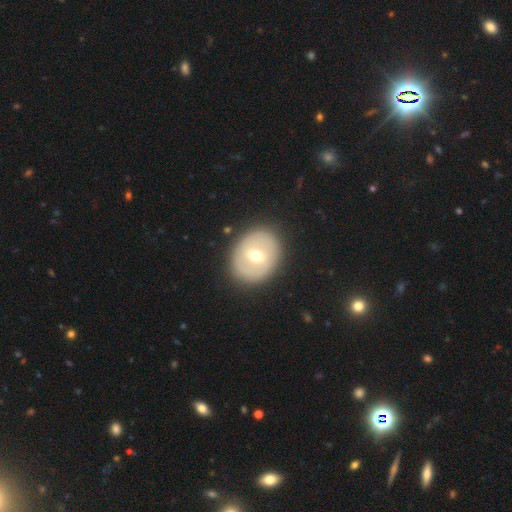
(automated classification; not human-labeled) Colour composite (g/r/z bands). It shows a featured or disk galaxy (47%). Merging: none (85%).